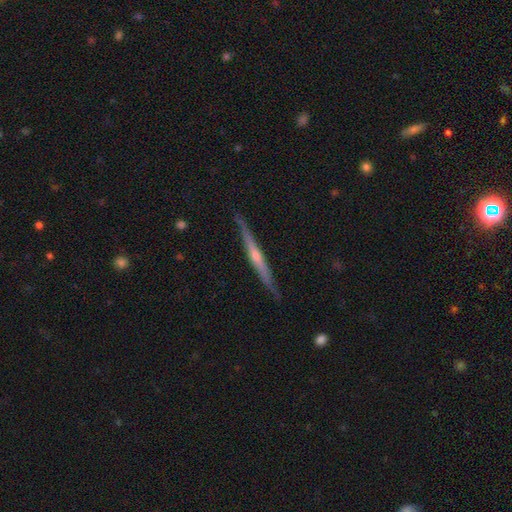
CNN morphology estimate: This appears to be a featured or disk galaxy (78%) viewed edge-on (98%) with a rounded central bulge (75%). Merging: none (91%).